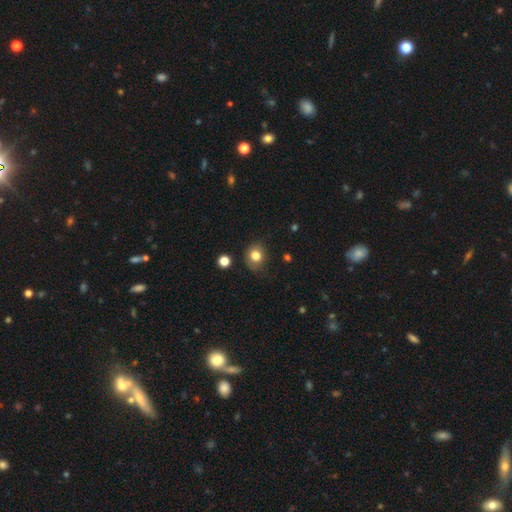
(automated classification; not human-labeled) Smooth or featured: smooth — 80% (star or artifact — 11%)
How rounded: round — 71% (in between — 28%)
Merging: none — 72% (minor disturbance — 21%)